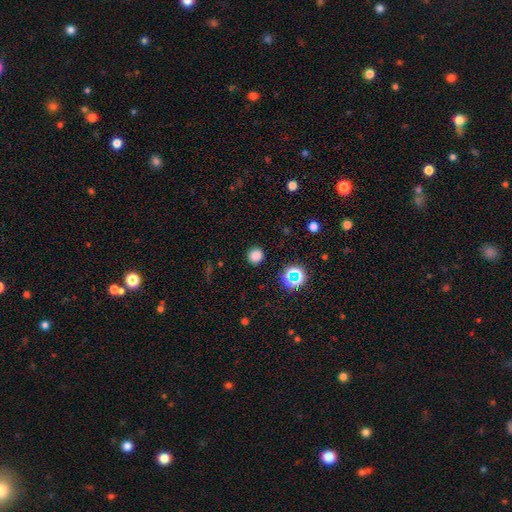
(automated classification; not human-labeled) smooth 79%, star or artifact 17%, featured or disk 4%. Down the decision tree: how rounded — round (93%); merging — none (90%).